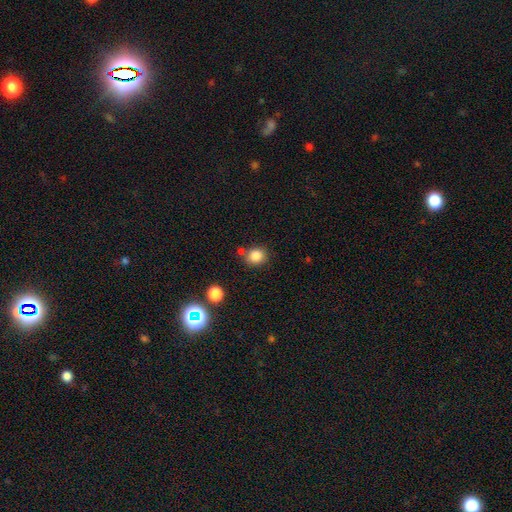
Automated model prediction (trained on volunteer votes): smooth 83%, star or artifact 11%, featured or disk 5%. Down the decision tree: how rounded — round (77%); merging — none (70%).